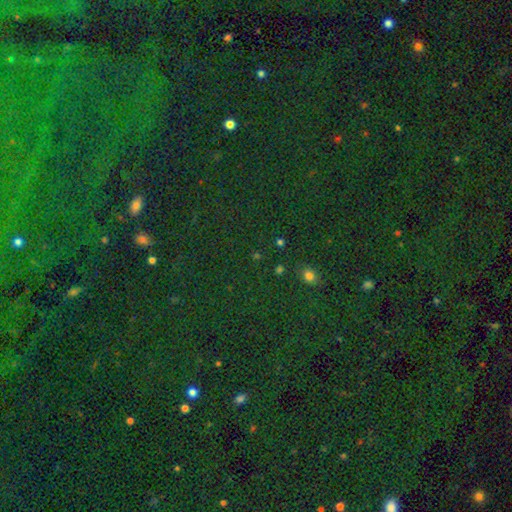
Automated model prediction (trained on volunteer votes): Smooth or featured: star or artifact — 77% (smooth — 14%)